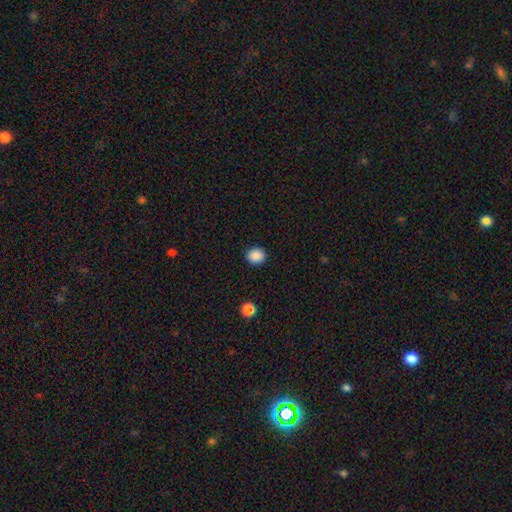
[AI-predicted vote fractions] The model was most divided on "how rounded": round: 76%, in between: 23%, cigar-shaped: 1%. More confident: merging — none (91%); smooth or featured — smooth (89%).